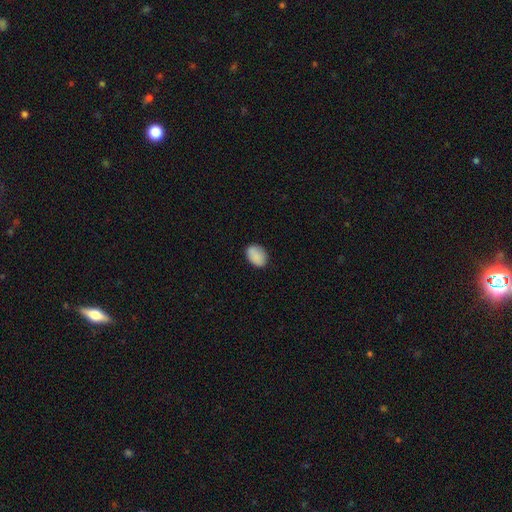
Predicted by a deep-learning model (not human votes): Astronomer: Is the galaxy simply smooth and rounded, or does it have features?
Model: smooth — 88%.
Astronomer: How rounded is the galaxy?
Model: in between — 81%.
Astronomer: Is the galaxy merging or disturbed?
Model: none — 83%.